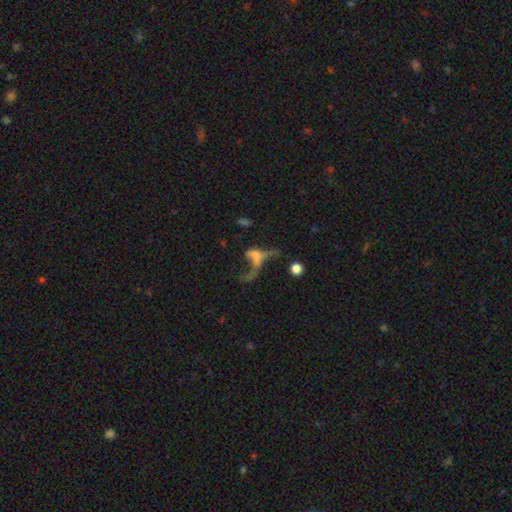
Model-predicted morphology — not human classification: Smooth or featured: featured or disk — 50% (smooth — 33%)
Merging: major disturbance — 38% (merger — 33%)